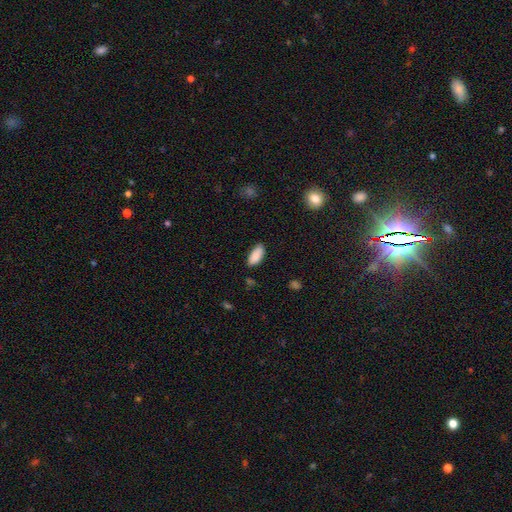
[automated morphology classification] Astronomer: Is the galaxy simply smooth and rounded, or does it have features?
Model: smooth — 87%.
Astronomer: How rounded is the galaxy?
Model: in between — 88%.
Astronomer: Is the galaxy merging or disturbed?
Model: none — 76%.